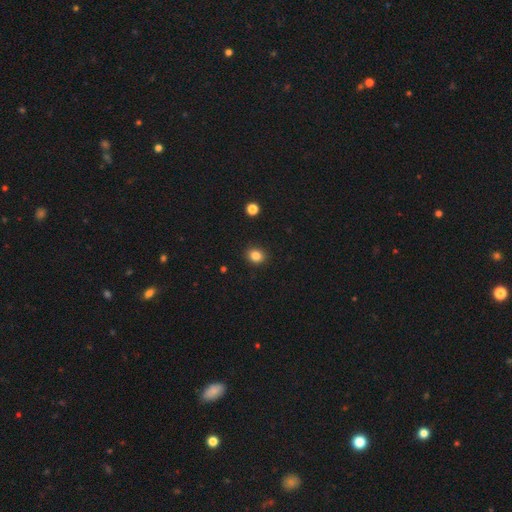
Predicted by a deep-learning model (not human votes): Smooth or featured? smooth (84%)
How rounded? round (68%)
Merging? none (90%)